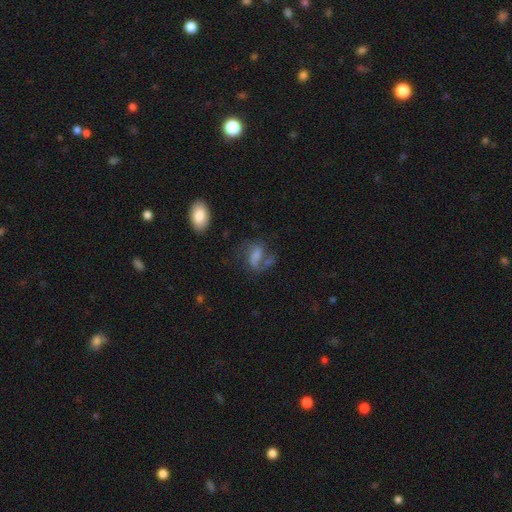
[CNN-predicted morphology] The model was most divided on "bulge size": none: 34%, small: 26%, moderate: 25%, large: 12%, dominant: 3%. Remaining: edge-on disk — no (96%); spiral arms — yes (83%); smooth or featured — featured or disk (56%); merging — none (48%); bar — weak (41%).